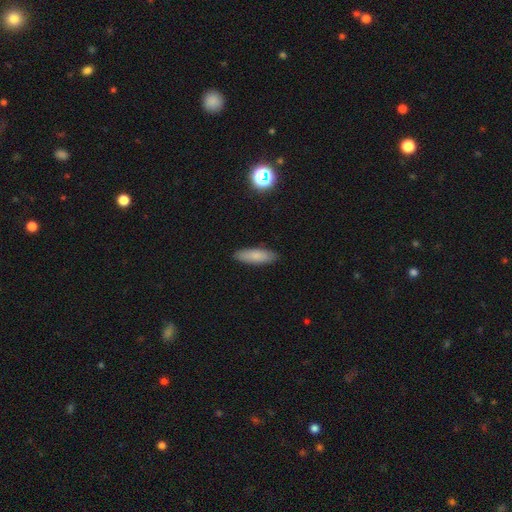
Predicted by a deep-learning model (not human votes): The model was most divided on "how rounded": cigar-shaped: 50%, in between: 48%, round: 2%. More confident: merging — none (88%); smooth or featured — smooth (80%).